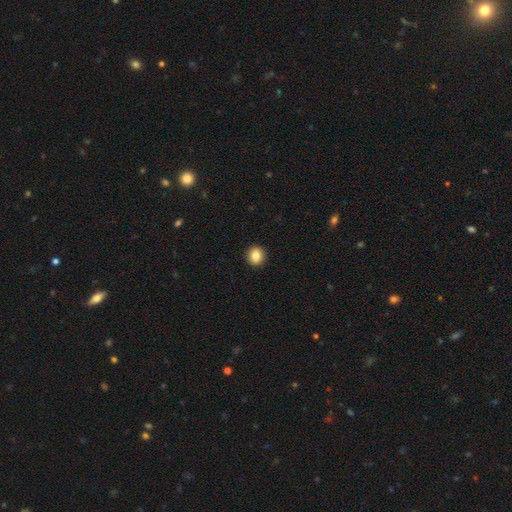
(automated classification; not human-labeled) This appears to be a smooth galaxy with no disk features (84%) that is round (76%). Merging: none (92%).